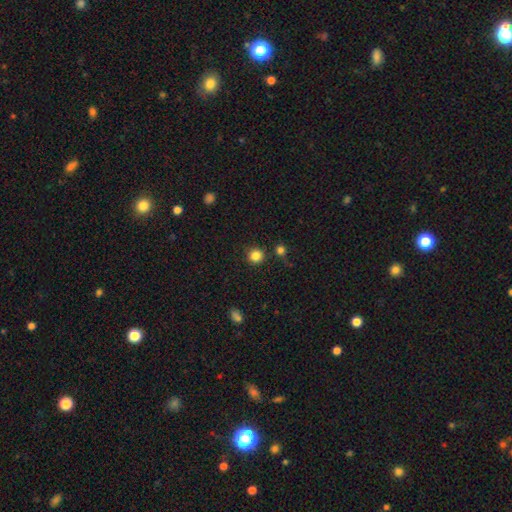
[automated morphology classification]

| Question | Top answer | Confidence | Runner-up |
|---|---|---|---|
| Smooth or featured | smooth | 84% | star or artifact (12%) |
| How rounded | round | 93% | in between (7%) |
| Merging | none | 86% | minor disturbance (7%) |